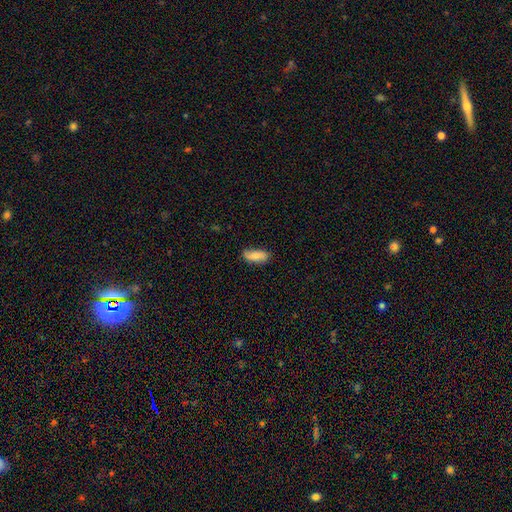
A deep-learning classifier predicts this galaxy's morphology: A smooth galaxy with no disk features (79%) that is in between round and cigar-shaped (81%).

Vote fractions:
- Smooth or featured? smooth: 79% / featured or disk: 15% / star or artifact: 6%
- How rounded? in between: 81% / cigar-shaped: 16% / round: 2%
- Merging? none: 77% / minor disturbance: 19% / major disturbance: 3% / merger: 1%